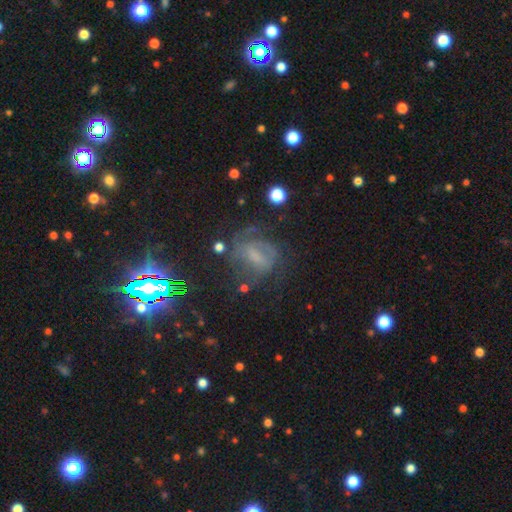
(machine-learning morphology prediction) type=featured or disk (50%); merging=none (51%).